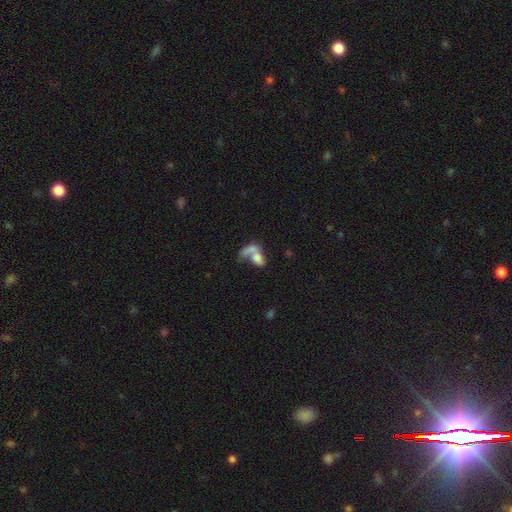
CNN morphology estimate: This is likely a smooth galaxy (62%). How rounded: likely in between (76%). Merging: possibly merger (57%).